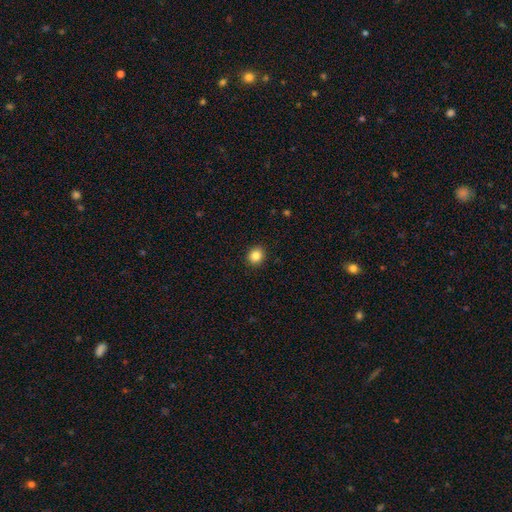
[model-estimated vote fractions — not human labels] smooth_or_featured: smooth (p=0.85) [alt: star or artifact p=0.11]
how_rounded: round (p=0.81) [alt: in between p=0.18]
merging: none (p=0.92) [alt: minor disturbance p=0.05]